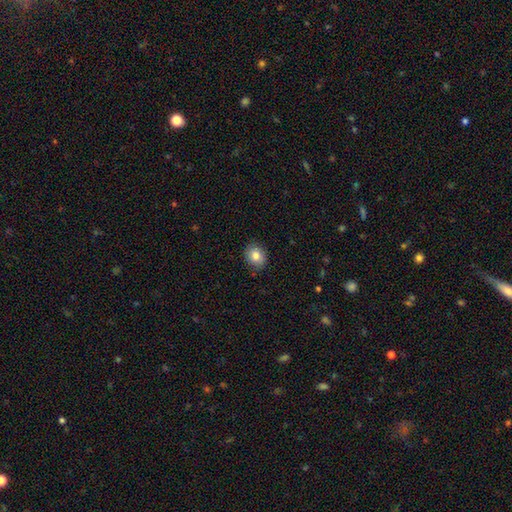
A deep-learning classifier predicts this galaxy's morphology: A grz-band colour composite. It shows a smooth galaxy with no disk features (82%) that is round (60%). Merging: none (87%).